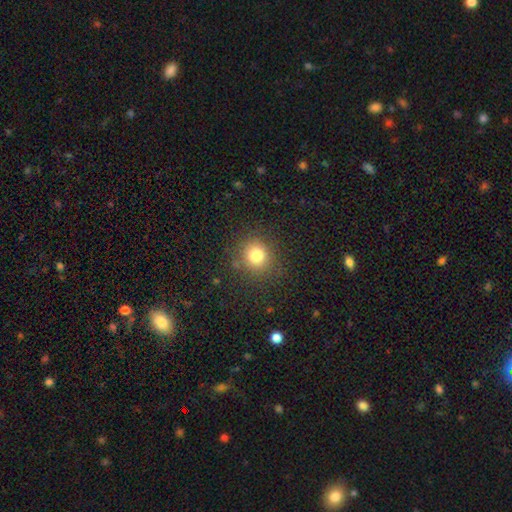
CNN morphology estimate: Smooth or featured? smooth (79%)
How rounded? round (88%)
Merging? none (85%)